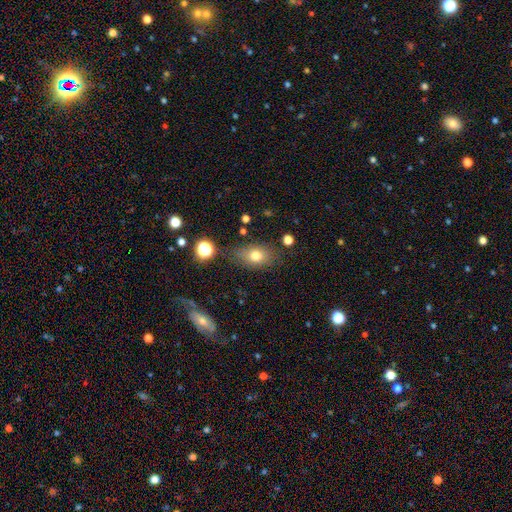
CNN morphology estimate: smooth 76%, featured or disk 12%, star or artifact 12%. Down the decision tree: how rounded — in between (73%); merging — none (75%).